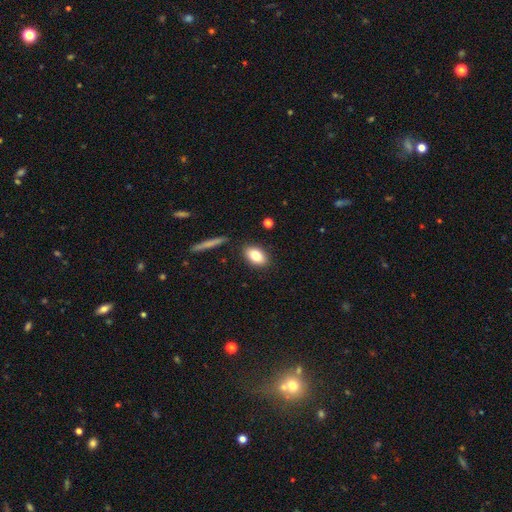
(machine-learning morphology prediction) smooth 81%, featured or disk 11%, star or artifact 8%. Down the decision tree: how rounded — in between (87%); merging — none (86%).